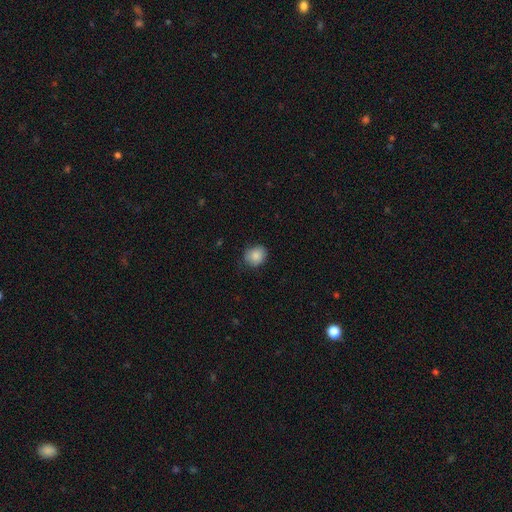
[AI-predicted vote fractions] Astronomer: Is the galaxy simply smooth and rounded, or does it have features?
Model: smooth — 85%.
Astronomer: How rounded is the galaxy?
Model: round — 67%.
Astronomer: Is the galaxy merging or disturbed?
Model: none — 76%.